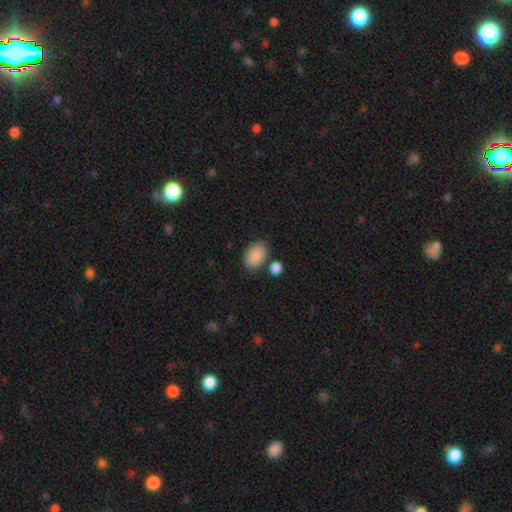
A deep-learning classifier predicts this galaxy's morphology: A smooth galaxy with no disk features (88%) that is in between round and cigar-shaped (82%).

Vote fractions:
- Smooth or featured? smooth: 88% / star or artifact: 7% / featured or disk: 4%
- How rounded? in between: 82% / round: 17% / cigar-shaped: 1%
- Merging? none: 72% / minor disturbance: 14% / merger: 9% / major disturbance: 4%